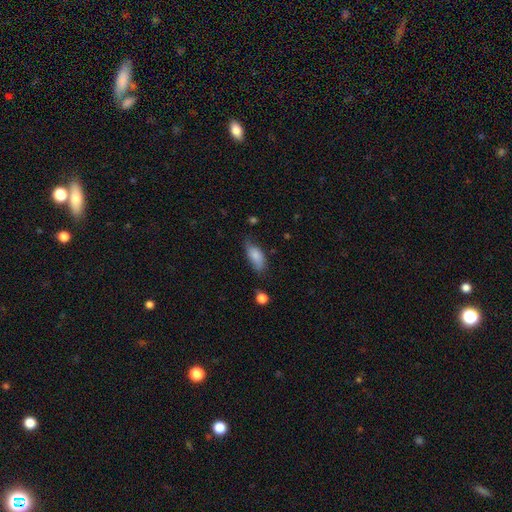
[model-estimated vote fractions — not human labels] Smooth or featured?
  - smooth: 80% *
  - featured or disk: 12%
  - star or artifact: 7%
How rounded?
  - in between: 87% *
  - cigar-shaped: 10%
  - round: 3%
Merging?
  - none: 54% *
  - minor disturbance: 35%
  - major disturbance: 9%
  - merger: 3%